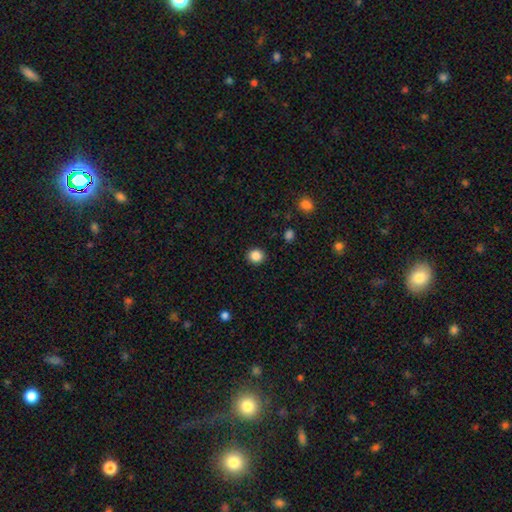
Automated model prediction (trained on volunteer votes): This is clearly a smooth galaxy (86%). How rounded: clearly round (83%). Merging: clearly none (91%).